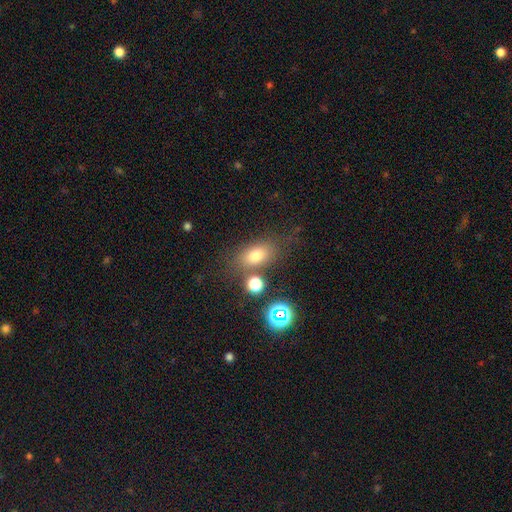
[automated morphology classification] type=smooth (72%); roundness=in between (79%); merging=none (68%).